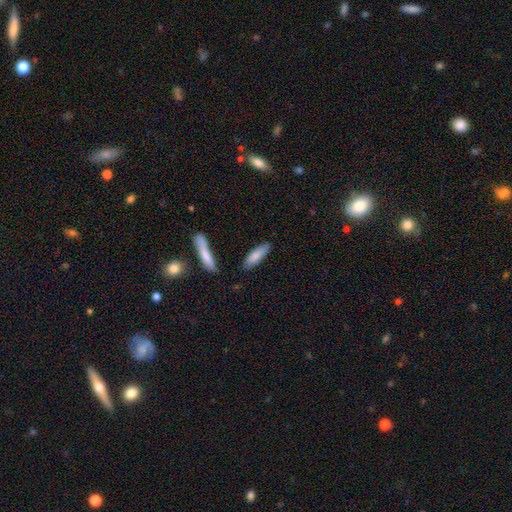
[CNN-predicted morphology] A smooth galaxy with no disk features (81%) that is cigar-shaped (56%). Merging: none (77%).